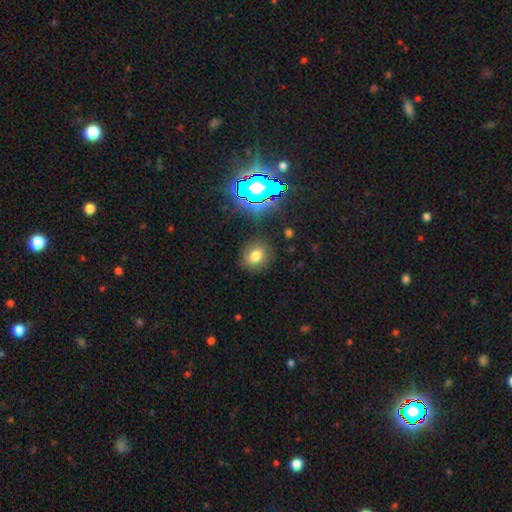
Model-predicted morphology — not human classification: smooth_or_featured: smooth (p=0.72) [alt: star or artifact p=0.19]
how_rounded: round (p=0.59) [alt: in between p=0.40]
merging: none (p=0.84) [alt: minor disturbance p=0.10]